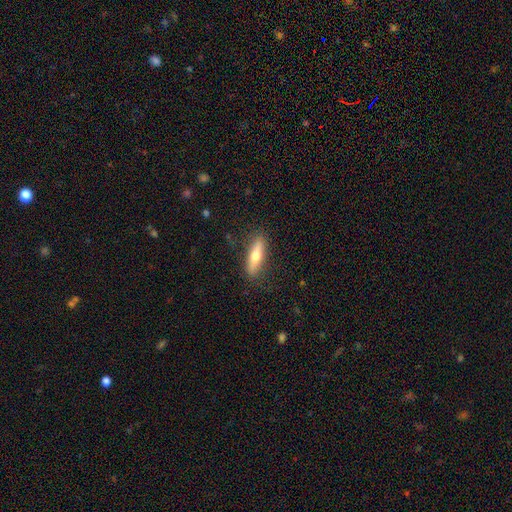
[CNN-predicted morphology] Overall: smooth (58%; featured or disk 36%). How rounded: cigar-shaped (66%; in between 32%). Merging: none (84%).